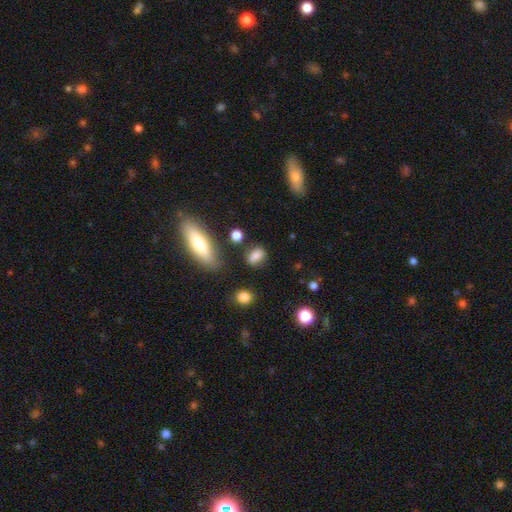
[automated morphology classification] smooth 78%, featured or disk 11%, star or artifact 11%. Down the decision tree: how rounded — in between (69%); merging — none (72%).